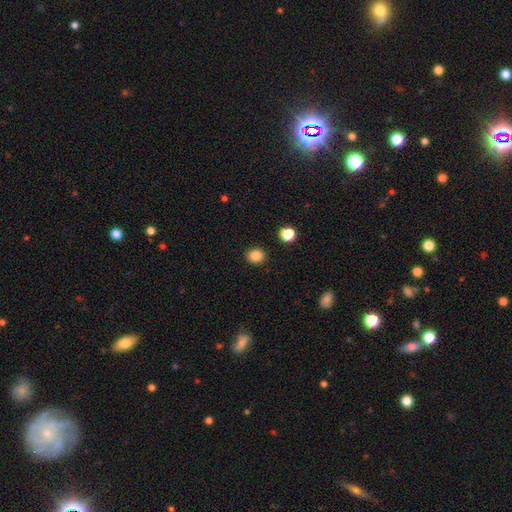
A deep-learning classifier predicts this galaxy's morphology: Q: Smooth or featured?
A: smooth (86%); runner-up: star or artifact (11%)
Q: How rounded?
A: round (68%); runner-up: in between (31%)
Q: Merging?
A: none (90%); runner-up: minor disturbance (6%)